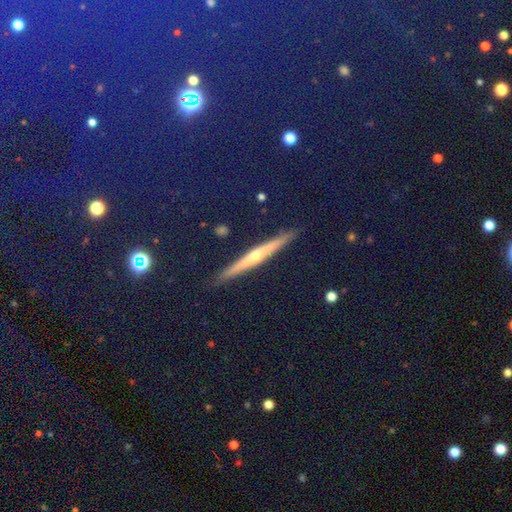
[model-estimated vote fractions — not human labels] smooth_or_featured: featured or disk (p=0.45) [alt: star or artifact p=0.29]
merging: none (p=0.90) [alt: minor disturbance p=0.06]